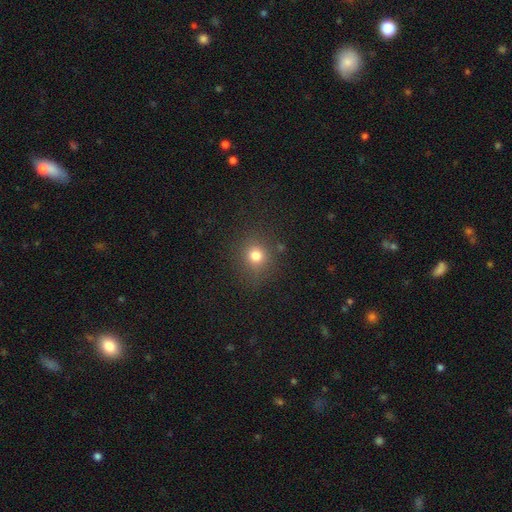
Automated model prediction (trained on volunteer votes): The model was most divided on "smooth or featured": smooth: 77%, star or artifact: 16%, featured or disk: 7%. More confident: how rounded — round (85%); merging — none (83%).